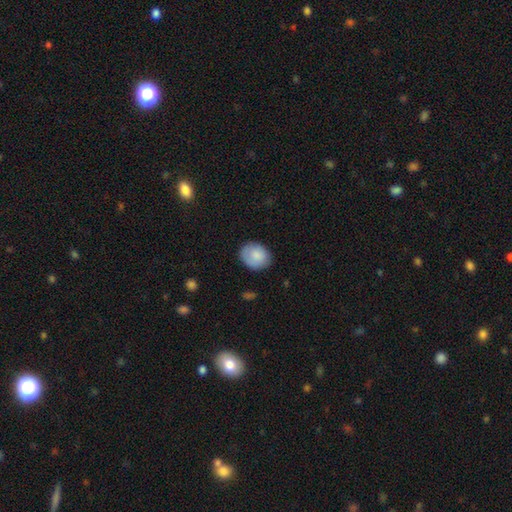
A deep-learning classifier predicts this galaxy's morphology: Overall: smooth (84%). How rounded: round (57%; in between 42%). Merging: none (78%).